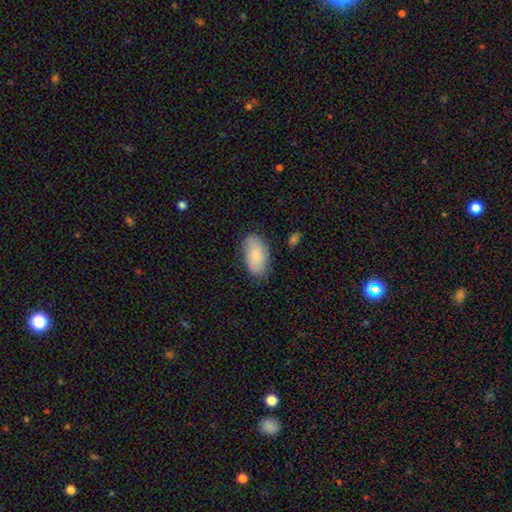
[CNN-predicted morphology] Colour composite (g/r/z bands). It shows a smooth galaxy with no disk features (80%) that is in between round and cigar-shaped (94%). Merging: none (78%).